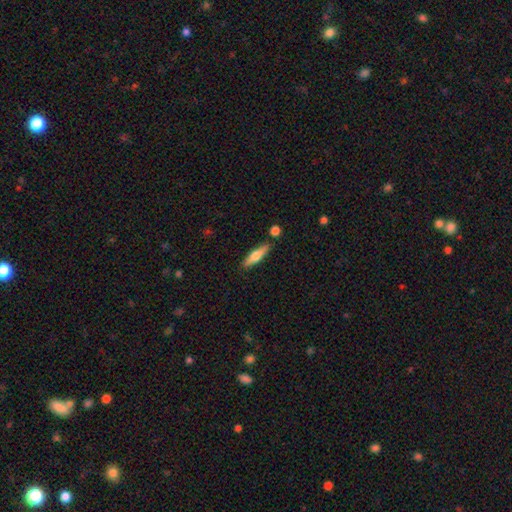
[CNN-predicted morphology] The model was most divided on "smooth or featured": smooth: 56%, featured or disk: 38%, star or artifact: 6%. More confident: merging — none (83%); how rounded — cigar-shaped (73%).